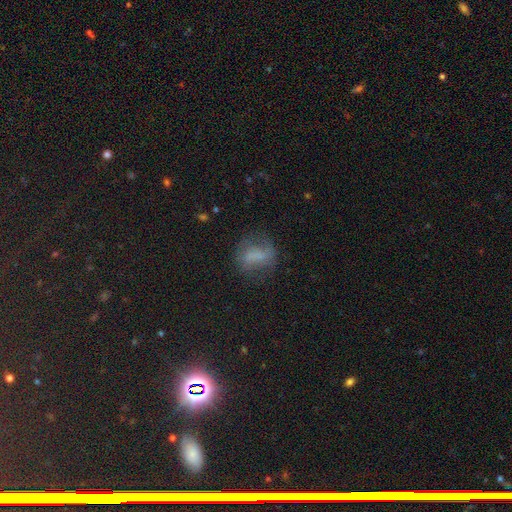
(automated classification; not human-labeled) Smooth or featured? Predicted: smooth (p=0.52). How rounded? Predicted: in between (p=0.59). Merging? Predicted: none (p=0.58).